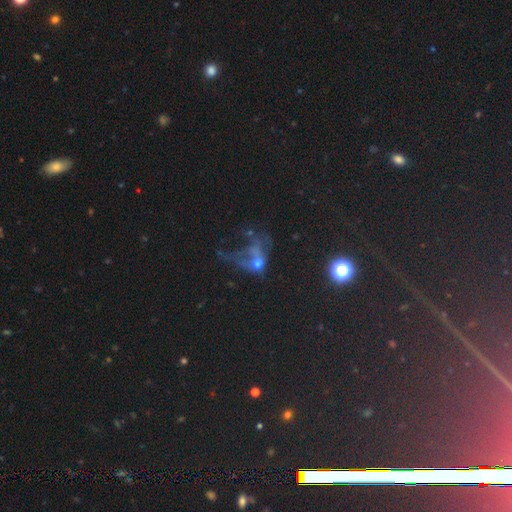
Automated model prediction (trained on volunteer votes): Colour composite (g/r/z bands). It shows a star or artifact, not a galaxy (46%).